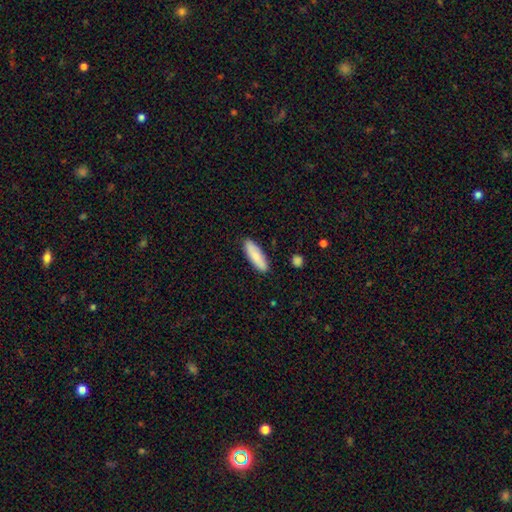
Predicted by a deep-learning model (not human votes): smooth-or-featured: smooth: 80% | featured or disk: 14% | star or artifact: 6%
  how-rounded: in between: 50% | cigar-shaped: 48% | round: 2%
  merging: none: 88% | minor disturbance: 9% | major disturbance: 2% | merger: 1%